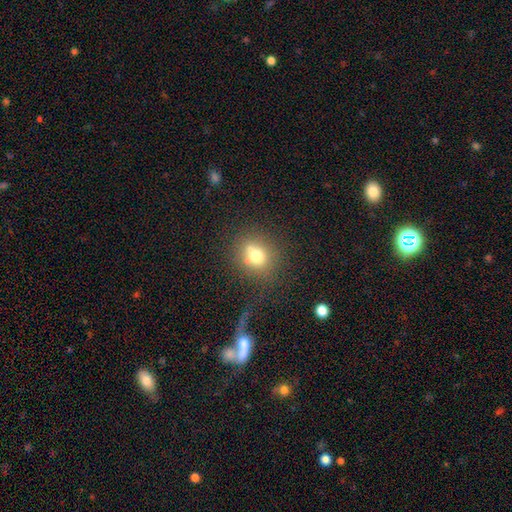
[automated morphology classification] smooth-or-featured: smooth: 67% | featured or disk: 19% | star or artifact: 14%
  how-rounded: round: 70% | in between: 29% | cigar-shaped: 2%
  merging: none: 56% | merger: 23% | minor disturbance: 14% | major disturbance: 7%